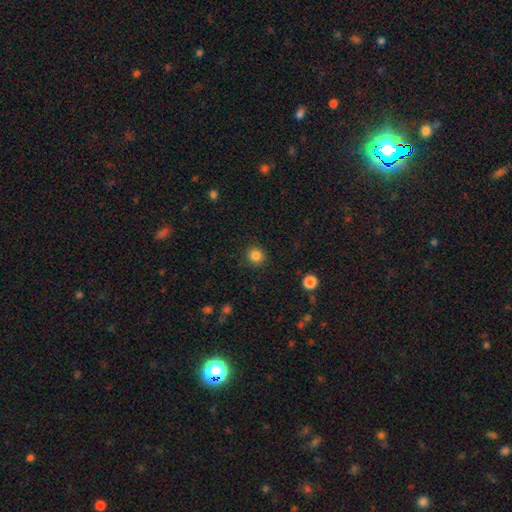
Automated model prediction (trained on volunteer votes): The model was most divided on "smooth or featured": smooth: 84%, star or artifact: 12%, featured or disk: 4%. More confident: how rounded — round (93%); merging — none (91%).